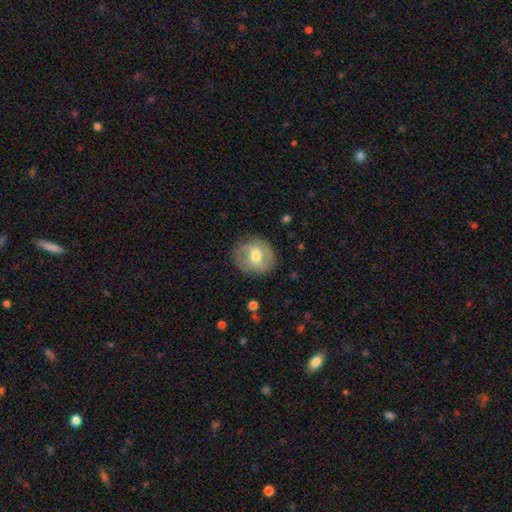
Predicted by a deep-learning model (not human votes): smooth-or-featured: featured or disk: 61% | smooth: 33% | star or artifact: 6%
  disk-edge-on: no: 96% | yes: 4%
    bar: weak: 51% | strong: 25% | no: 24%
    has-spiral-arms: yes: 73% | no: 27%
    bulge-size: moderate: 70% | small: 18% | large: 9% | none: 1% | dominant: 1%
  merging: none: 81% | minor disturbance: 13% | major disturbance: 5% | merger: 1%